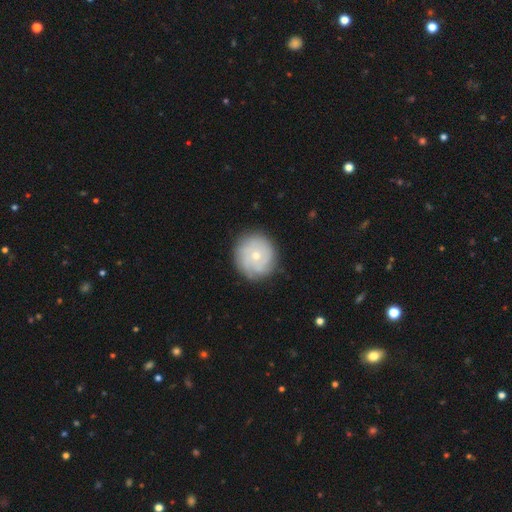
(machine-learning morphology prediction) Q: Smooth or featured?
A: featured or disk (49%); runner-up: smooth (43%)
Q: Merging?
A: none (81%); runner-up: minor disturbance (13%)